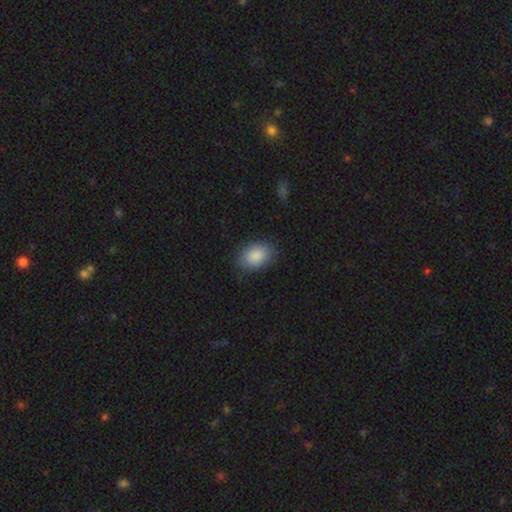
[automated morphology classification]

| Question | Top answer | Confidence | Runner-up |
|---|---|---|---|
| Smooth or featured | smooth | 89% | star or artifact (7%) |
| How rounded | in between | 82% | round (17%) |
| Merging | none | 83% | minor disturbance (13%) |